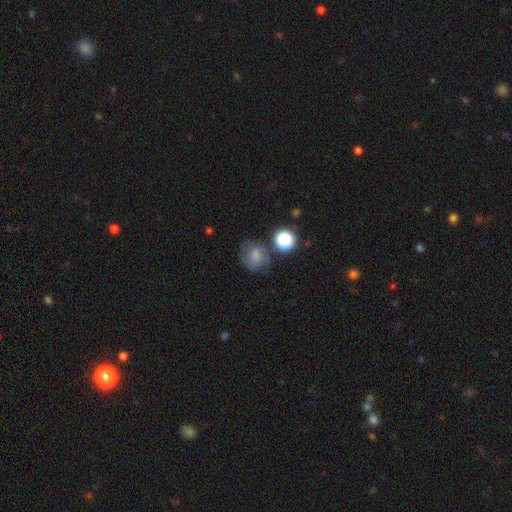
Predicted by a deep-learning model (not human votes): smooth 62%, featured or disk 23%, star or artifact 15%. Down the decision tree: how rounded — round (73%); merging — none (59%).